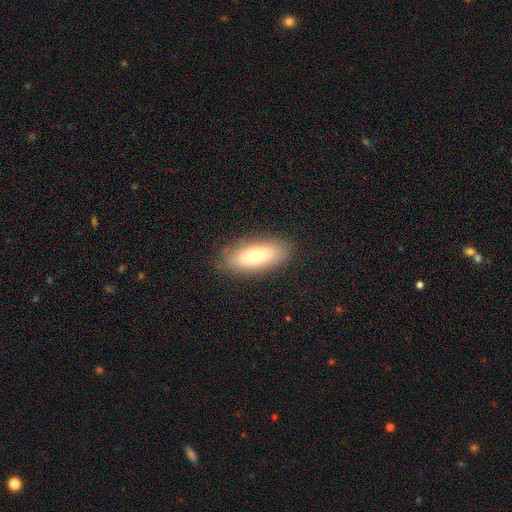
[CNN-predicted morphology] A smooth galaxy with no disk features (71%) that is in between round and cigar-shaped (75%).

Vote fractions:
- Smooth or featured? smooth: 71% / featured or disk: 20% / star or artifact: 9%
- How rounded? in between: 75% / cigar-shaped: 22% / round: 3%
- Merging? none: 88% / minor disturbance: 9% / major disturbance: 2% / merger: 1%